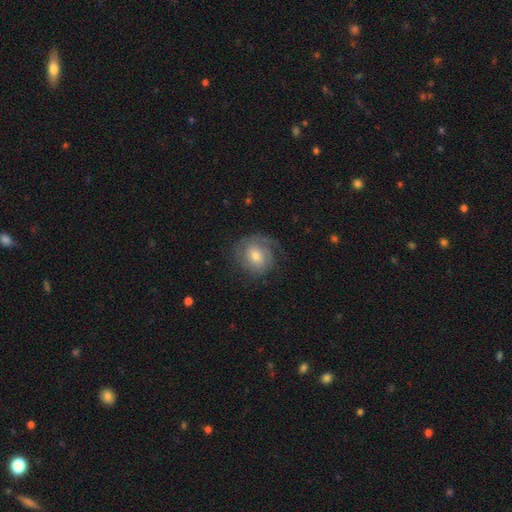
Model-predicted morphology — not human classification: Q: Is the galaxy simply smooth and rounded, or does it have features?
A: featured or disk — 66%.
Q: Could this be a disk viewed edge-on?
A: no — 97%.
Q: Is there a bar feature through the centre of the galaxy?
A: no — 60%.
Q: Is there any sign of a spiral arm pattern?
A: yes — 87%.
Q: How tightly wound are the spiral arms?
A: tight — 56%.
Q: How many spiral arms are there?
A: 2 — 37%.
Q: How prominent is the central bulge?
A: moderate — 53%.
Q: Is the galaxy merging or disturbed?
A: none — 65%.